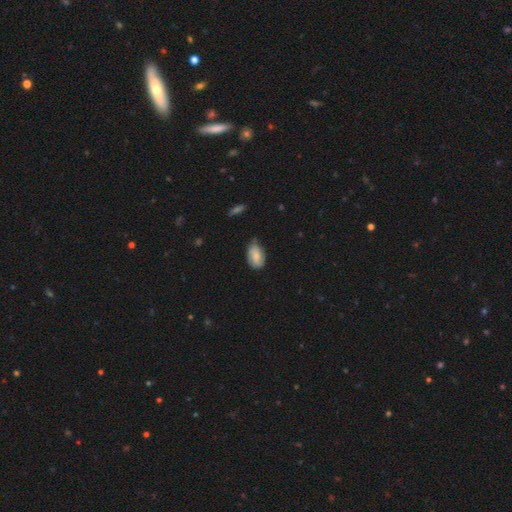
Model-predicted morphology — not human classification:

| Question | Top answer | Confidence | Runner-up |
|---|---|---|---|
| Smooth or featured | smooth | 72% | featured or disk (21%) |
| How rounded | in between | 90% | round (8%) |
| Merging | none | 56% | minor disturbance (35%) |